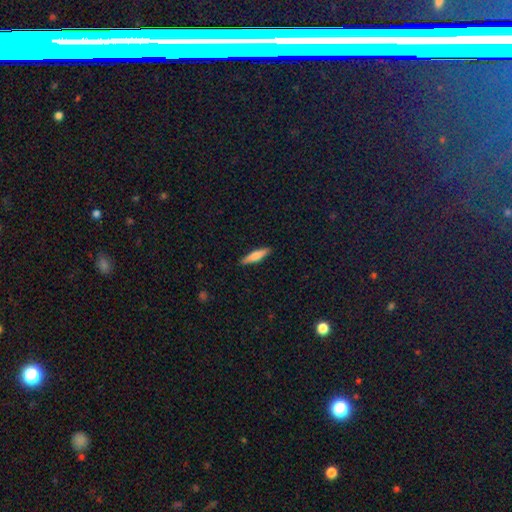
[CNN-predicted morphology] This appears to be a smooth galaxy with no disk features (70%) that is cigar-shaped (81%). Merging: none (89%).